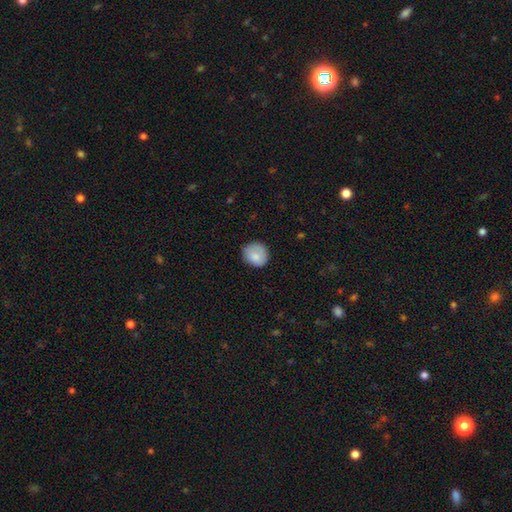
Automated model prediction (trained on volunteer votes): smooth 81%, featured or disk 11%, star or artifact 7%. Down the decision tree: how rounded — round (82%); merging — none (76%).